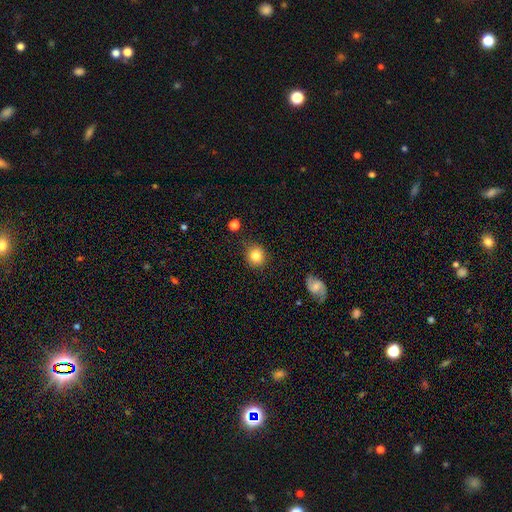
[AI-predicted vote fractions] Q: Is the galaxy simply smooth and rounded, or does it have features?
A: smooth — 83%.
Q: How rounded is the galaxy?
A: round — 86%.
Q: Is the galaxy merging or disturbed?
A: none — 84%.